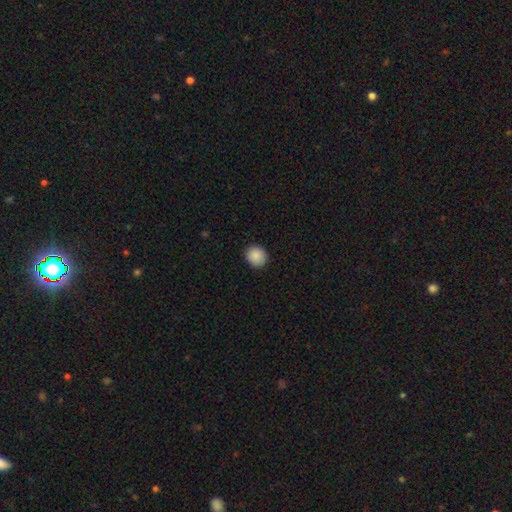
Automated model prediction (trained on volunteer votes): Morphology: type=smooth (89%); roundness=round (86%); merging=none (91%).